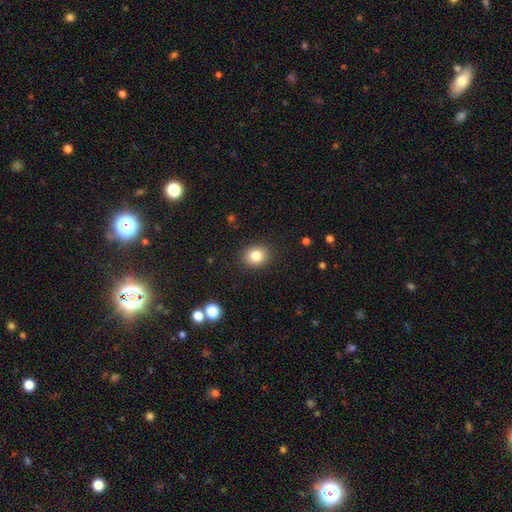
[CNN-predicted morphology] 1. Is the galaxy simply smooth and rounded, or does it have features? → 82% smooth, 11% star or artifact, 7% featured or disk.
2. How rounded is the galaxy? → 66% round, 33% in between, 1% cigar-shaped.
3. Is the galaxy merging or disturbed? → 89% none, 7% minor disturbance, 2% major disturbance, 1% merger.